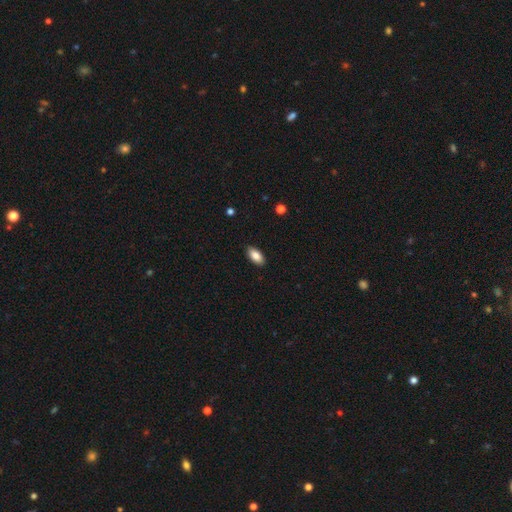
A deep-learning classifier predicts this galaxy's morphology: smooth 86%, featured or disk 7%, star or artifact 7%. Down the decision tree: how rounded — in between (92%); merging — none (89%).